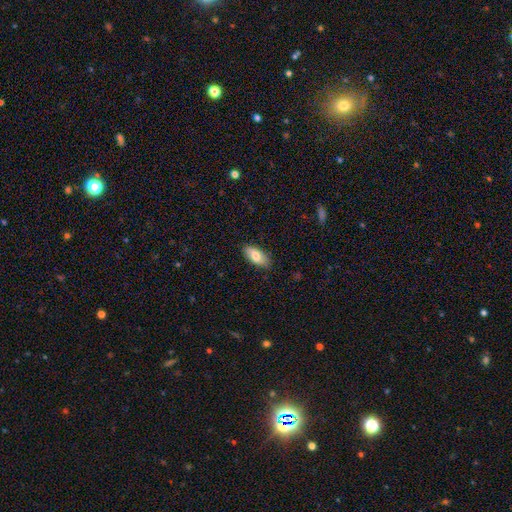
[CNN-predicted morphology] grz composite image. It shows a smooth galaxy with no disk features (78%) that is in between round and cigar-shaped (89%). Merging: none (85%).